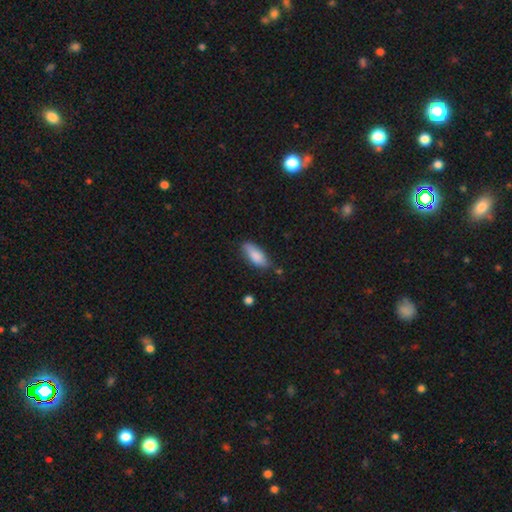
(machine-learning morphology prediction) Smooth or featured? Predicted: smooth (p=0.85). How rounded? Predicted: in between (p=0.77). Merging? Predicted: none (p=0.73).